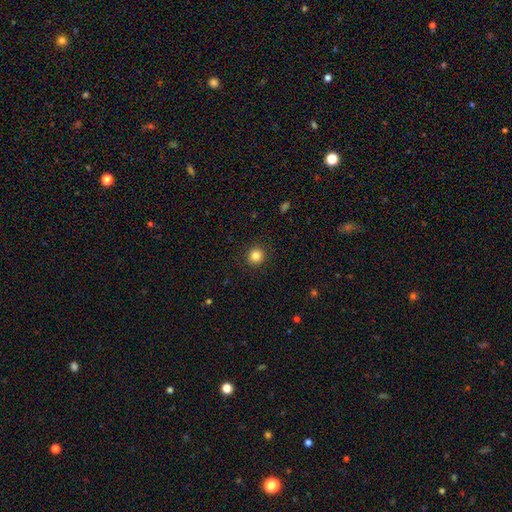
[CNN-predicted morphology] The model was most divided on "smooth or featured": smooth: 84%, star or artifact: 11%, featured or disk: 5%. More confident: how rounded — round (92%); merging — none (92%).